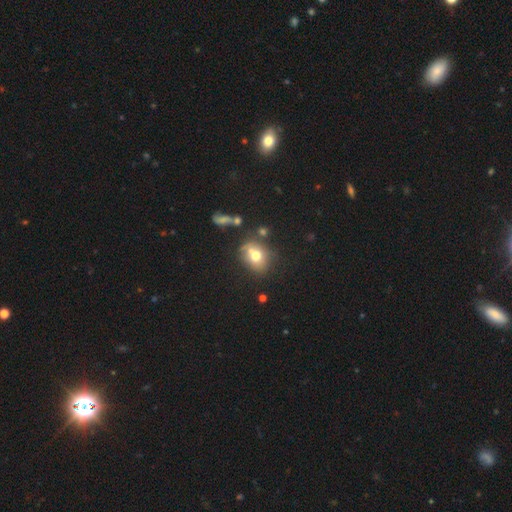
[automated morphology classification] Smooth or featured? Predicted: smooth (p=0.69). How rounded? Predicted: round (p=0.54). Merging? Predicted: none (p=0.52).